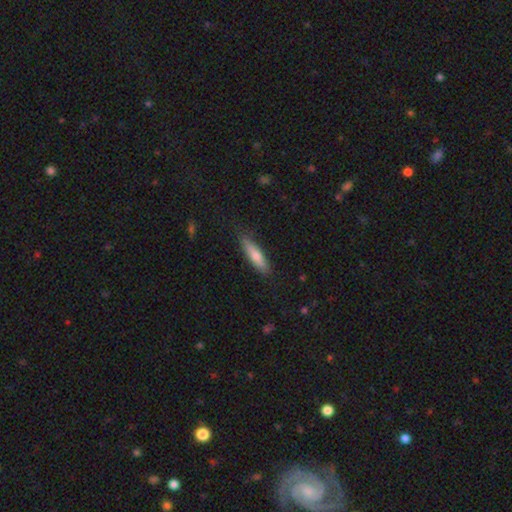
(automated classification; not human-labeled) A smooth galaxy with no disk features (69%) that is cigar-shaped (76%).

Vote fractions:
- Smooth or featured? smooth: 69% / featured or disk: 25% / star or artifact: 6%
- How rounded? cigar-shaped: 76% / in between: 22% / round: 2%
- Merging? none: 83% / minor disturbance: 14% / major disturbance: 2% / merger: 1%